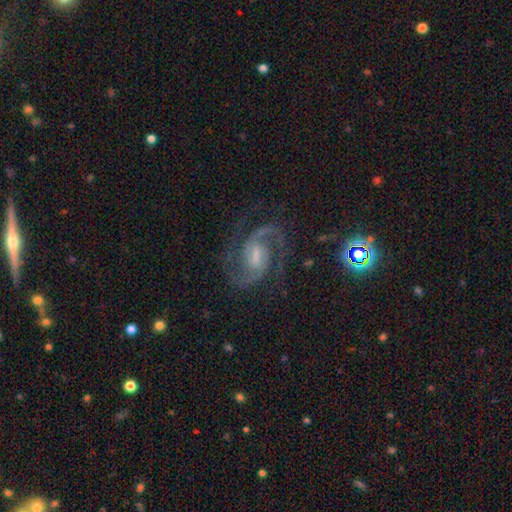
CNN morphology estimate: Smooth or featured? featured or disk (90%)
Edge-on disk? no (98%)
Bar? weak (58%)
Spiral arms? yes (98%)
Spiral winding? medium (65%)
Spiral arm count? 2 (91%)
Bulge size? small (37%)
Merging? none (78%)